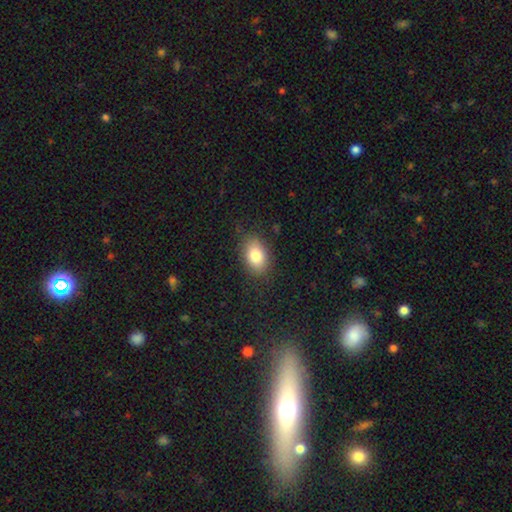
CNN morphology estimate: smooth 82%, featured or disk 10%, star or artifact 8%. Down the decision tree: how rounded — in between (85%); merging — none (81%).